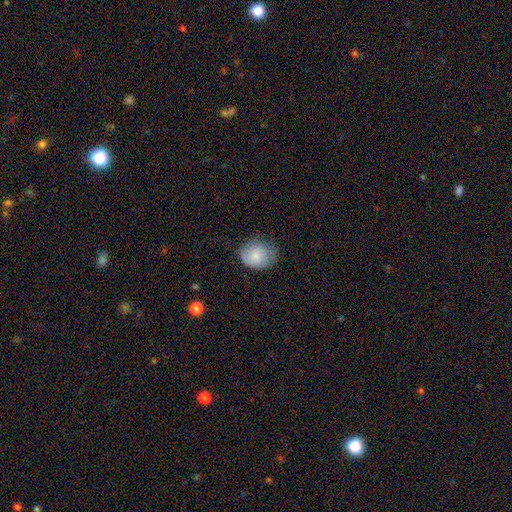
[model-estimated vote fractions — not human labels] The model was most divided on "how rounded": round: 59%, in between: 40%, cigar-shaped: 1%. More confident: smooth or featured — smooth (80%); merging — none (65%).